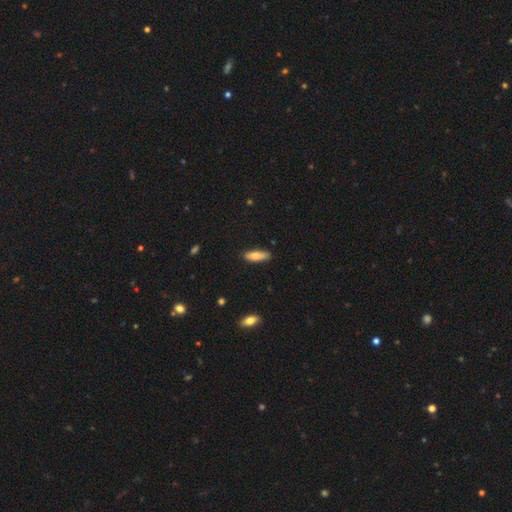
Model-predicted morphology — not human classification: smooth 77%, featured or disk 17%, star or artifact 6%. Down the decision tree: how rounded — in between (54%); merging — none (85%).